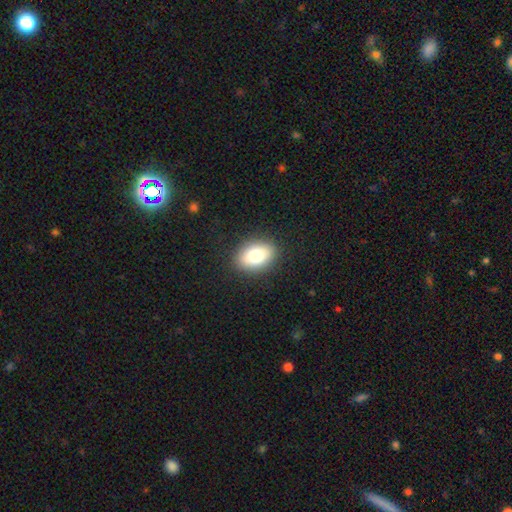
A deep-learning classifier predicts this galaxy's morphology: type=smooth (78%); roundness=in between (81%); merging=none (88%).